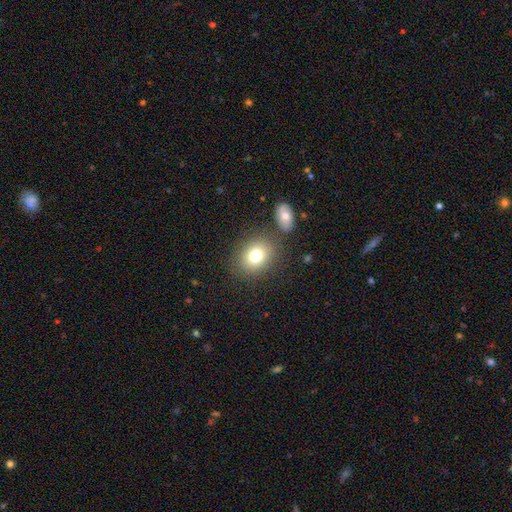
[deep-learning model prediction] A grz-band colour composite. It shows a smooth galaxy with no disk features (78%) that is round (51%). Merging: none (76%).